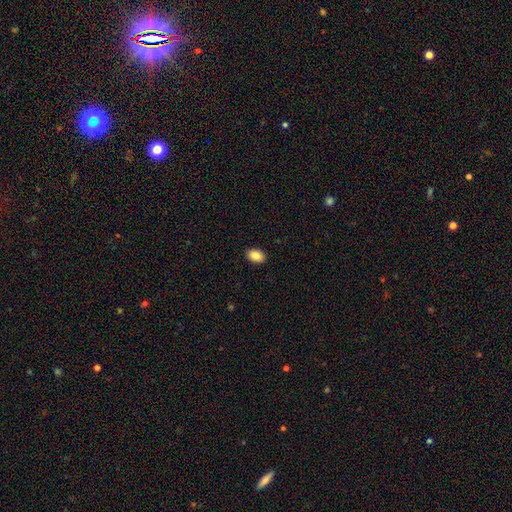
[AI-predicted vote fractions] smooth_or_featured: smooth (p=0.87) [alt: star or artifact p=0.08]
how_rounded: in between (p=0.85) [alt: round p=0.14]
merging: none (p=0.91) [alt: minor disturbance p=0.07]